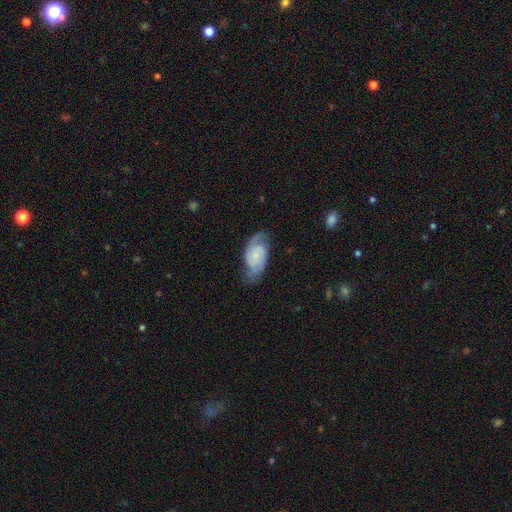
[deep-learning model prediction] Smooth or featured? Predicted: featured or disk (p=0.76). Edge-on disk? Predicted: no (p=0.96). Bar? Predicted: no (p=0.63). Spiral arms? Predicted: yes (p=0.95). Spiral winding? Predicted: medium (p=0.45). Spiral arm count? Predicted: 2 (p=0.83). Bulge size? Predicted: small (p=0.62). Merging? Predicted: none (p=0.68).